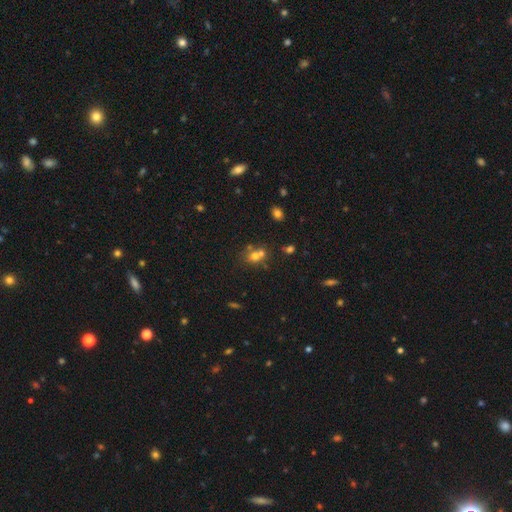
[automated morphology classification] The model was most divided on "merging": merger: 48%, none: 39%, minor disturbance: 8%, major disturbance: 4%. More confident: how rounded — round (66%); smooth or featured — smooth (60%).